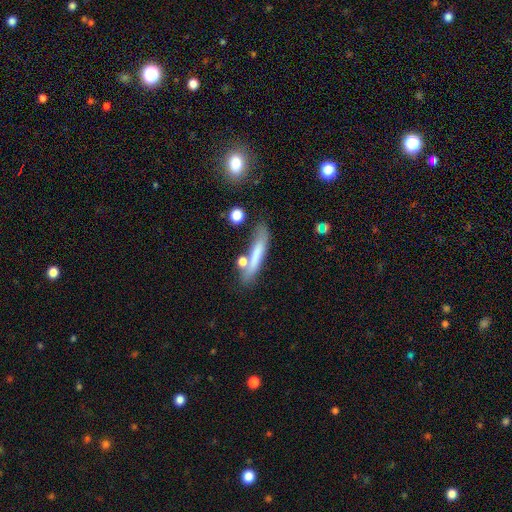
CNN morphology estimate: The model was most divided on "smooth or featured": smooth: 65%, featured or disk: 26%, star or artifact: 9%. More confident: how rounded — cigar-shaped (83%); merging — none (61%).